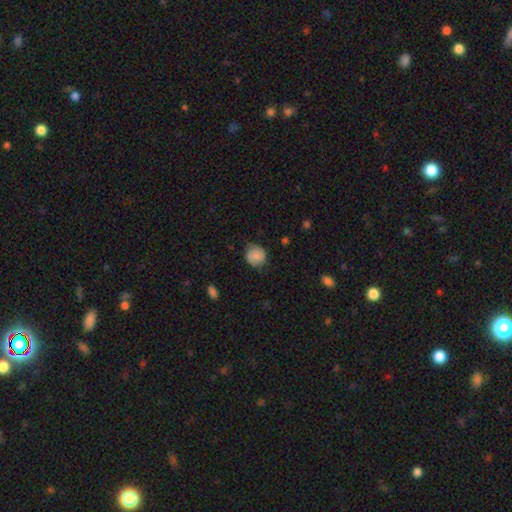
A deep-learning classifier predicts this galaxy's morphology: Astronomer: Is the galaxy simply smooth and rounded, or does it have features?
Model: smooth — 76%.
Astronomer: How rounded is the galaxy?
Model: round — 83%.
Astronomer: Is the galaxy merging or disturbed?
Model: none — 71%.